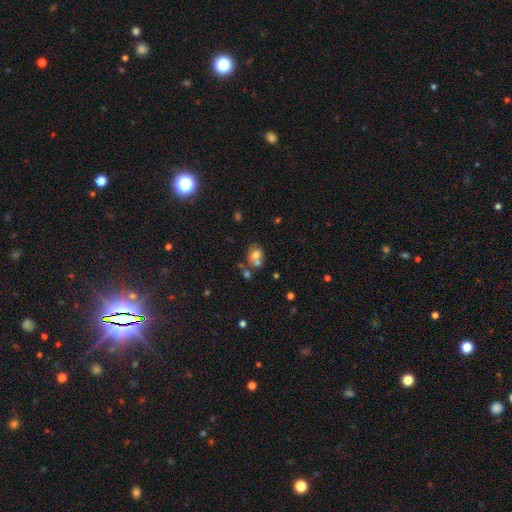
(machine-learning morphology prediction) A smooth galaxy with no disk features (67%) that is round (55%).

Vote fractions:
- Smooth or featured? smooth: 67% / featured or disk: 20% / star or artifact: 12%
- How rounded? round: 55% / in between: 44% / cigar-shaped: 1%
- Merging? merger: 42% / none: 40% / minor disturbance: 13% / major disturbance: 6%